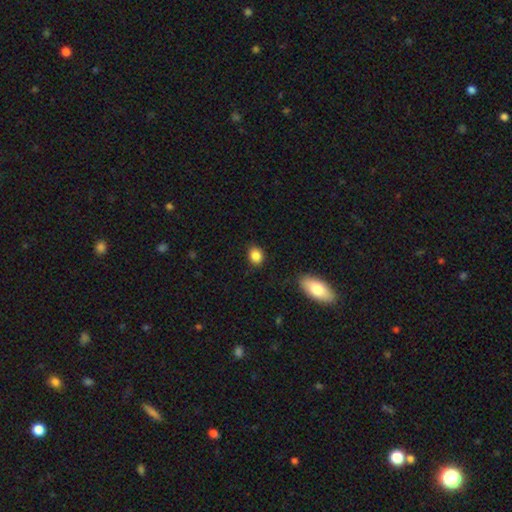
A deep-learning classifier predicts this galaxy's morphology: Overall: smooth (86%). How rounded: round (55%; in between 44%). Merging: none (85%).